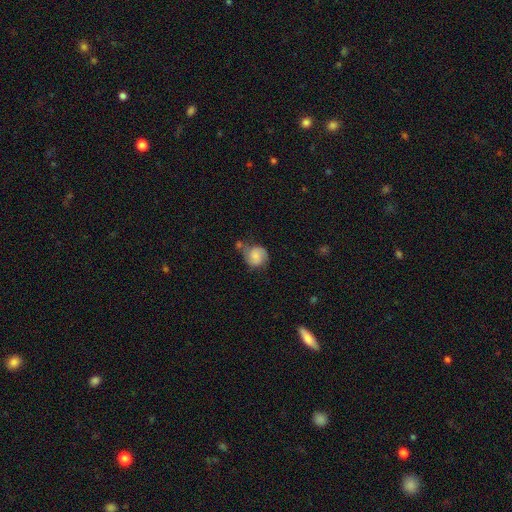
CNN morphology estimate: Smooth or featured? Predicted: smooth (p=0.58). How rounded? Predicted: round (p=0.78). Merging? Predicted: none (p=0.44).